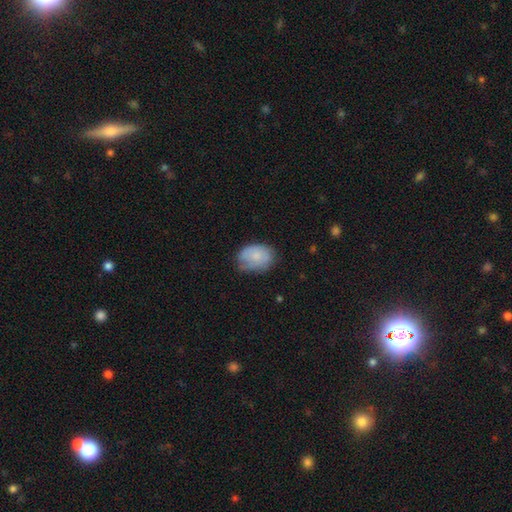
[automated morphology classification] A smooth galaxy with no disk features (69%) that is in between round and cigar-shaped (73%). Merging: none (54%).